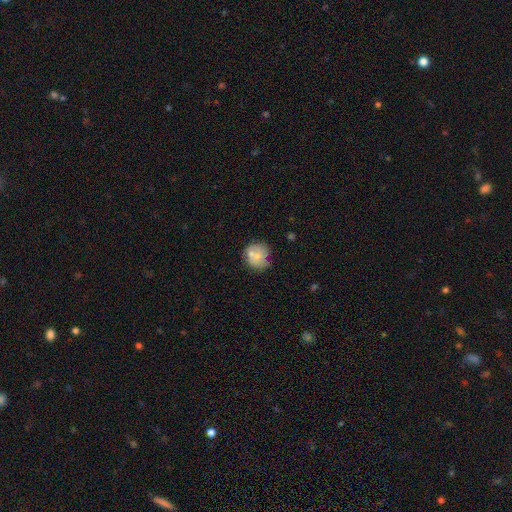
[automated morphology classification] A smooth galaxy with no disk features (60%) that is round (81%).

Vote fractions:
- Smooth or featured? smooth: 60% / featured or disk: 32% / star or artifact: 9%
- How rounded? round: 81% / in between: 18% / cigar-shaped: 1%
- Merging? none: 52% / minor disturbance: 23% / merger: 16% / major disturbance: 9%